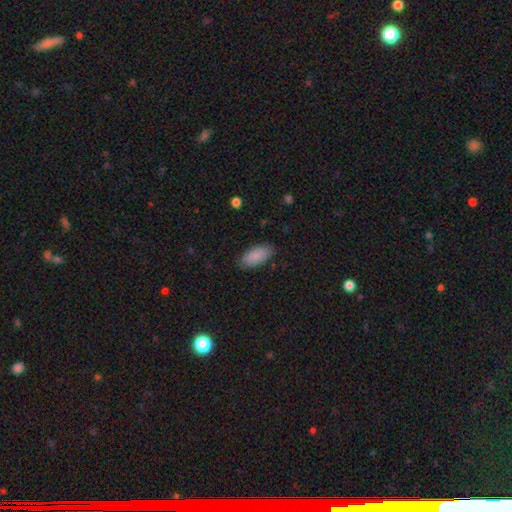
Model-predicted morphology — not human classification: Overall: smooth (89%). How rounded: in between (91%). Merging: none (86%).